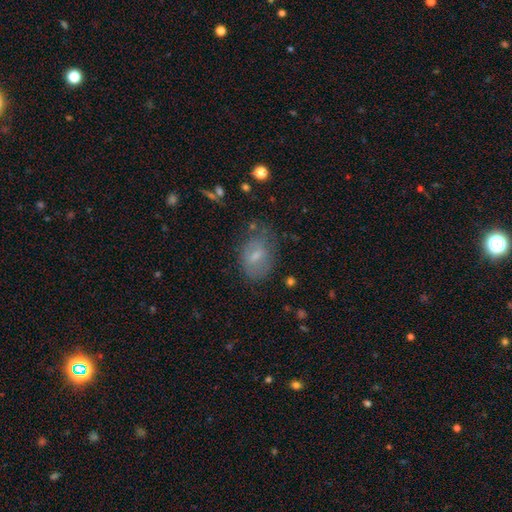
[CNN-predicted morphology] A smooth galaxy with no disk features (61%) that is in between round and cigar-shaped (81%).

Vote fractions:
- Smooth or featured? smooth: 61% / featured or disk: 28% / star or artifact: 10%
- How rounded? in between: 81% / round: 17% / cigar-shaped: 2%
- Merging? none: 58% / minor disturbance: 27% / major disturbance: 12% / merger: 3%